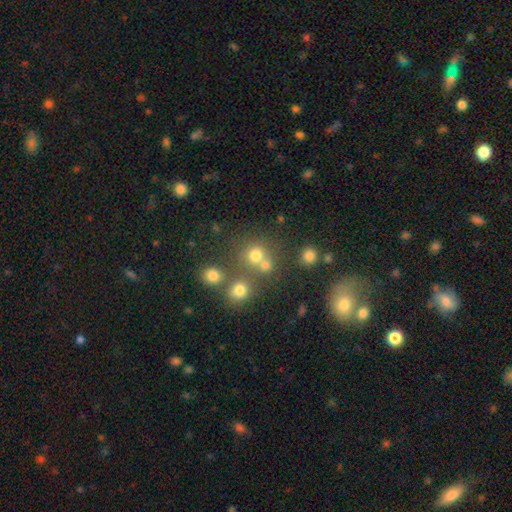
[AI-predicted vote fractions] Smooth or featured?
  - smooth: 73% *
  - star or artifact: 18%
  - featured or disk: 9%
How rounded?
  - round: 85% *
  - in between: 14%
  - cigar-shaped: 1%
Merging?
  - none: 58% *
  - merger: 29%
  - minor disturbance: 9%
  - major disturbance: 5%